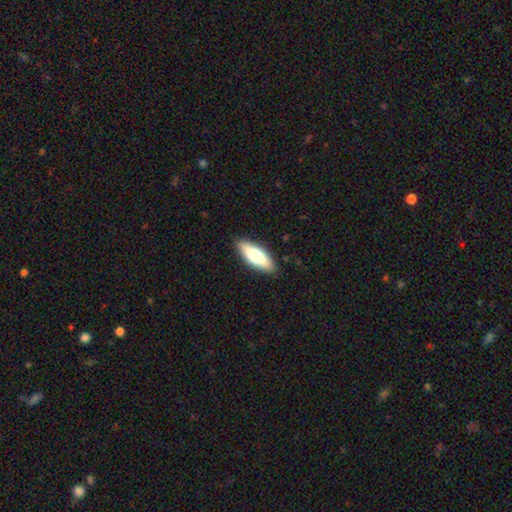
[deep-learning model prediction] Smooth or featured? Predicted: smooth (p=0.69). How rounded? Predicted: in between (p=0.65). Merging? Predicted: none (p=0.88).